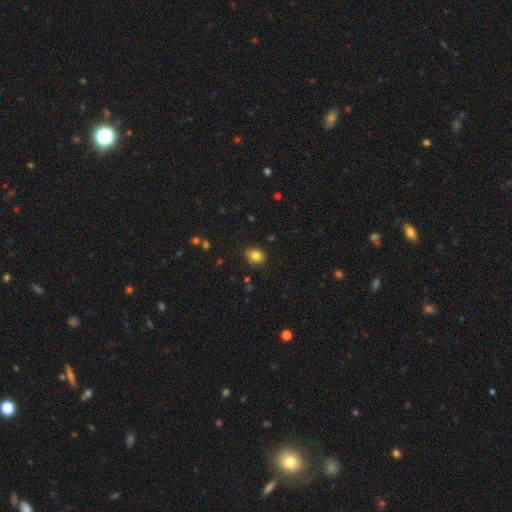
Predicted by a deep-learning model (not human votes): smooth-or-featured: smooth: 83% | star or artifact: 11% | featured or disk: 7%
  how-rounded: round: 53% | in between: 46% | cigar-shaped: 1%
  merging: none: 86% | minor disturbance: 10% | major disturbance: 2% | merger: 1%